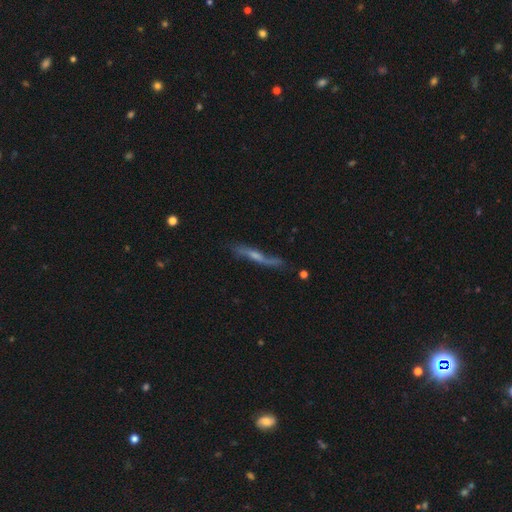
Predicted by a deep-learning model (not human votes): This appears to be a featured or disk galaxy (69%) viewed edge-on (70%). Merging: none (65%).